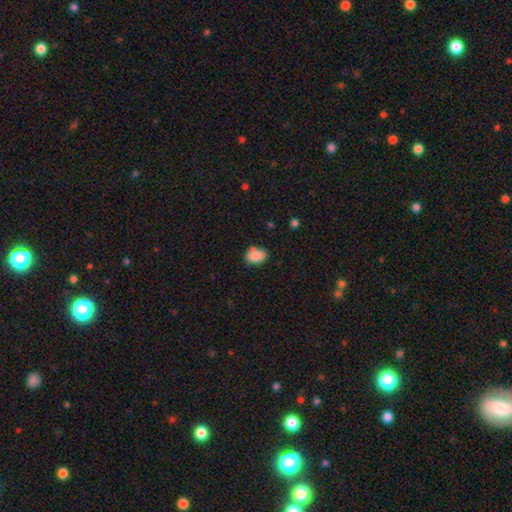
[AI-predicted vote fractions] Smooth or featured? smooth (86%)
How rounded? in between (79%)
Merging? none (71%)